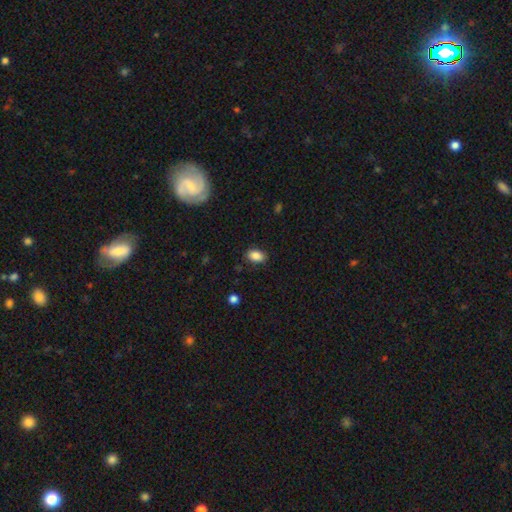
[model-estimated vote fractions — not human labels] smooth-or-featured: smooth: 87% | star or artifact: 8% | featured or disk: 5%
  how-rounded: in between: 86% | round: 13% | cigar-shaped: 1%
  merging: none: 84% | minor disturbance: 12% | major disturbance: 3% | merger: 1%